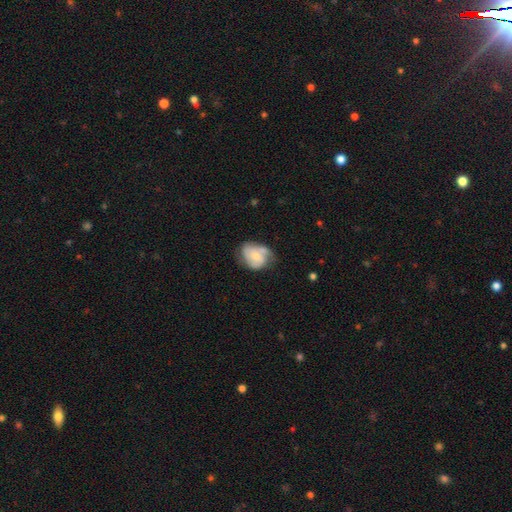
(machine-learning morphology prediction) This appears to be a featured or disk galaxy (53%) with no bar (70%), spiral arms (76%) and a small central bulge (52%). Merging: none (41%).